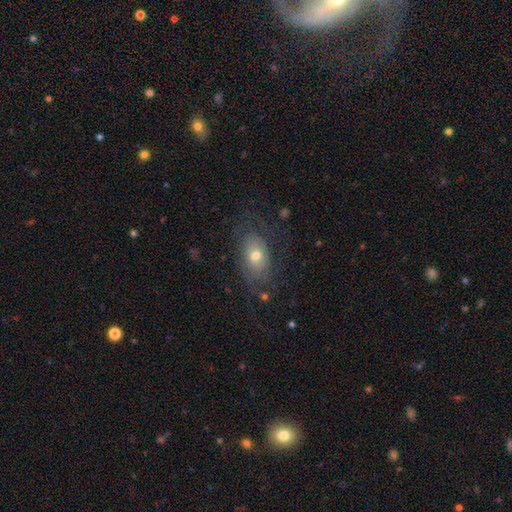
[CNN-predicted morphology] Q: Smooth or featured?
A: smooth (51%); runner-up: featured or disk (39%)
Q: How rounded?
A: in between (84%); runner-up: round (14%)
Q: Merging?
A: none (65%); runner-up: minor disturbance (19%)